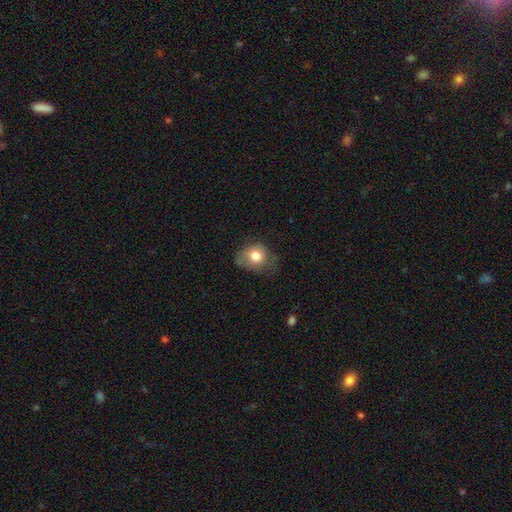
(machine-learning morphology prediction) This is likely a smooth galaxy (77%). How rounded: likely round (60%). Merging: possibly none (49%).